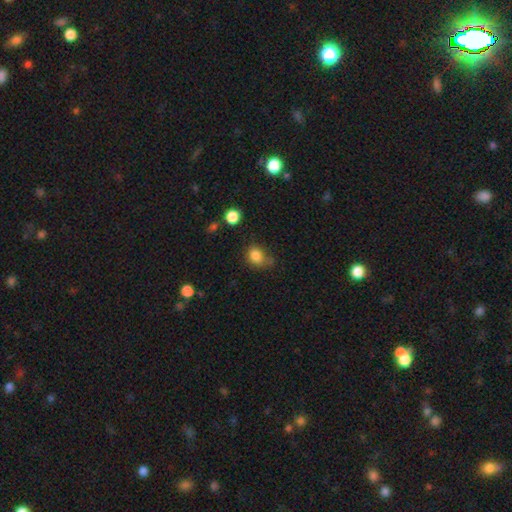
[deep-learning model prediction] Overall: smooth (83%). How rounded: in between (54%; round 45%). Merging: none (56%; minor disturbance 28%).